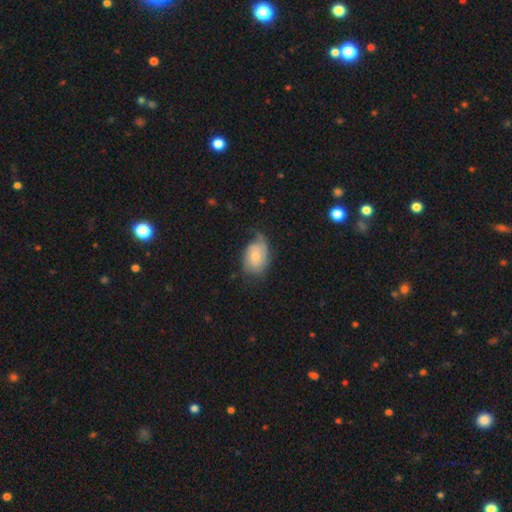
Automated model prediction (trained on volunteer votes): Morphology: type=smooth (53%); roundness=in between (81%); merging=none (45%).